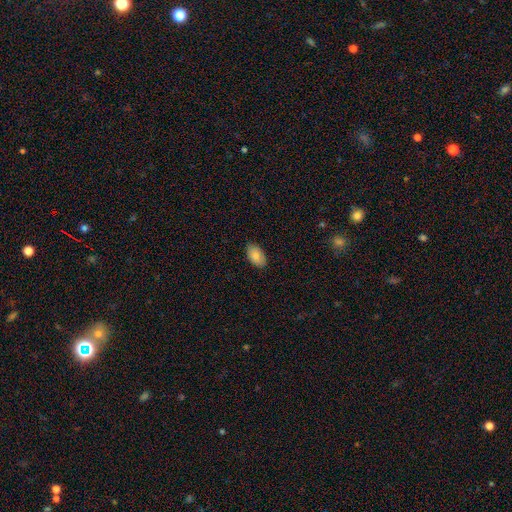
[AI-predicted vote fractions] Smooth or featured? smooth (83%)
How rounded? in between (94%)
Merging? none (88%)